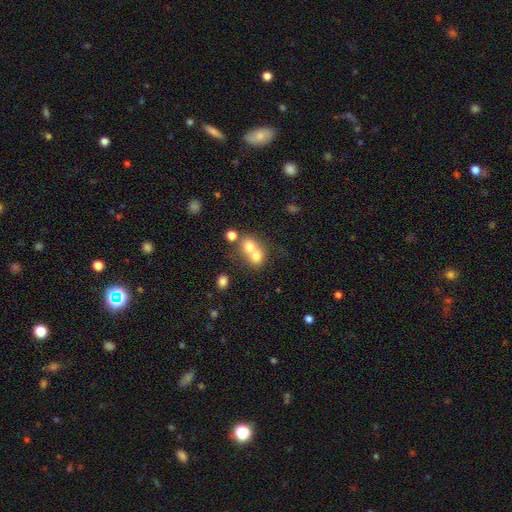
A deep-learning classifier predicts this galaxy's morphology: Smooth or featured?
  - smooth: 69% *
  - featured or disk: 19%
  - star or artifact: 12%
How rounded?
  - round: 68% *
  - in between: 31%
  - cigar-shaped: 1%
Merging?
  - merger: 68% *
  - none: 24%
  - minor disturbance: 5%
  - major disturbance: 3%